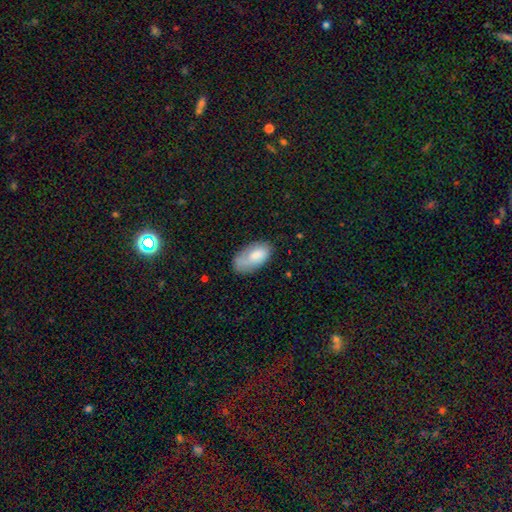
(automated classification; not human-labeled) Q: Smooth or featured?
A: smooth (72%); runner-up: featured or disk (21%)
Q: How rounded?
A: in between (94%); runner-up: round (3%)
Q: Merging?
A: none (55%); runner-up: minor disturbance (29%)